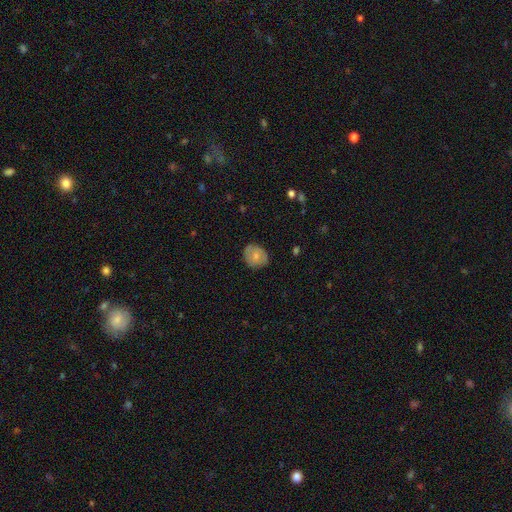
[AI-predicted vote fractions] smooth 67%, featured or disk 25%, star or artifact 7%. Down the decision tree: how rounded — round (67%); merging — none (76%).